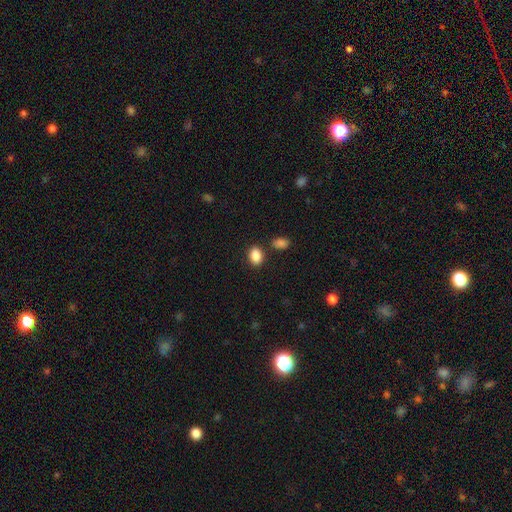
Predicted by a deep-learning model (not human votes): Smooth or featured? smooth (88%)
How rounded? in between (74%)
Merging? none (78%)